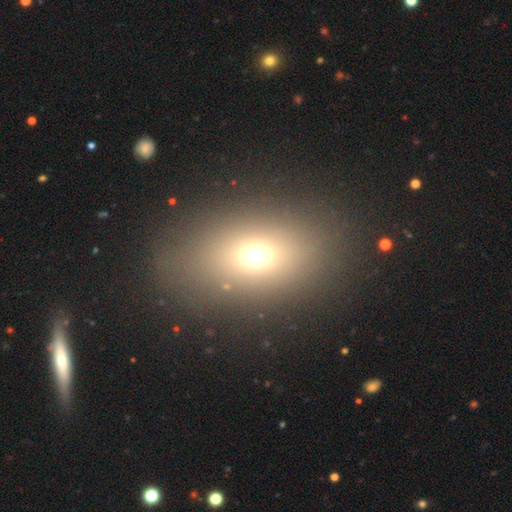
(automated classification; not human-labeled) This appears to be a smooth galaxy with no disk features (67%) that is in between round and cigar-shaped (75%). Merging: none (84%).